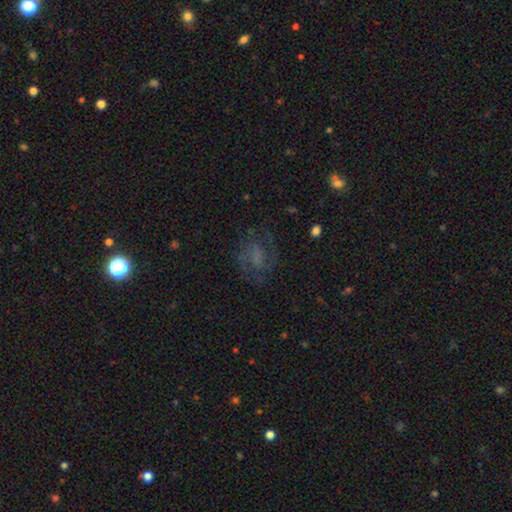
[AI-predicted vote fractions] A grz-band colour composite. It shows a featured or disk galaxy (56%) with a weak bar (45%), spiral arms (81%) and no central bulge (47%). Merging: none (66%).